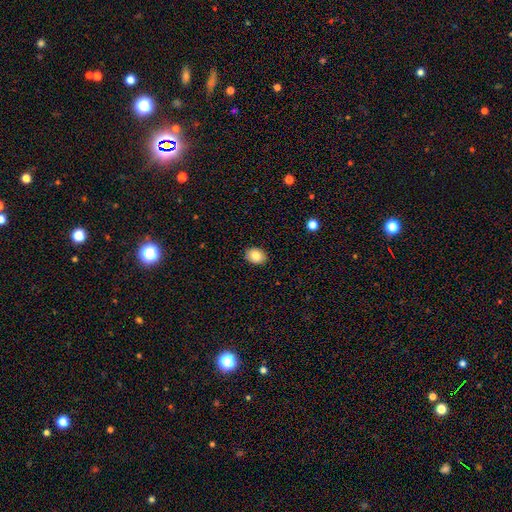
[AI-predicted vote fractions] A smooth galaxy with no disk features (84%) that is in between round and cigar-shaped (59%).

Vote fractions:
- Smooth or featured? smooth: 84% / star or artifact: 9% / featured or disk: 7%
- How rounded? in between: 59% / round: 40% / cigar-shaped: 1%
- Merging? none: 89% / minor disturbance: 8% / major disturbance: 2% / merger: 1%